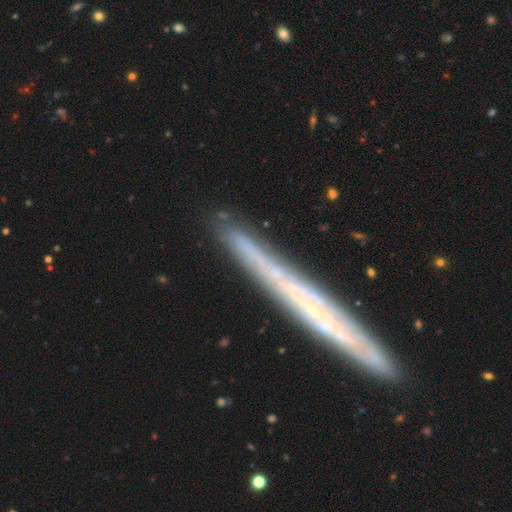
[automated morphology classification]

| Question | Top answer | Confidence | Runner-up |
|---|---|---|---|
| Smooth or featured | featured or disk | 70% | smooth (22%) |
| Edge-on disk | yes | 88% | no (12%) |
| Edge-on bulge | none | 81% | rounded (15%) |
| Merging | none | 86% | minor disturbance (10%) |